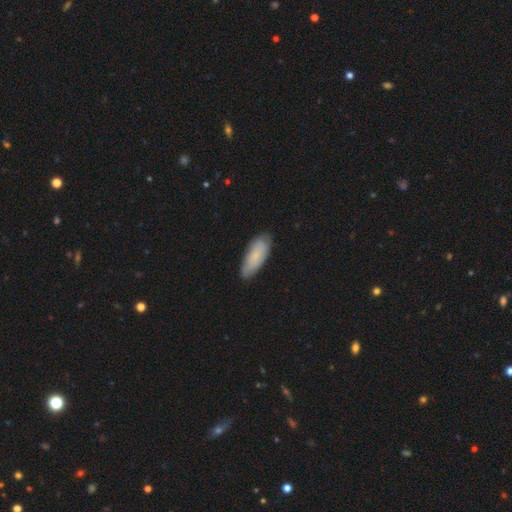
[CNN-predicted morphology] Smooth or featured? smooth (78%)
How rounded? in between (76%)
Merging? none (79%)